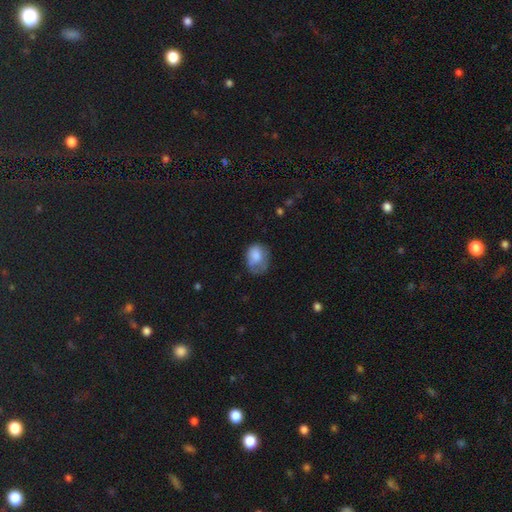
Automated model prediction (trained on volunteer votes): Smooth or featured? smooth (73%)
How rounded? in between (58%)
Merging? none (35%)